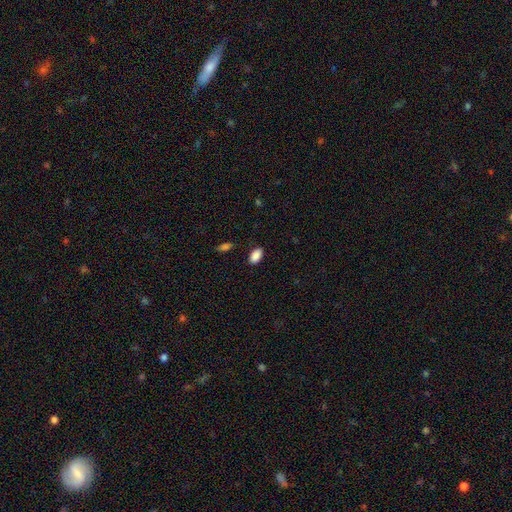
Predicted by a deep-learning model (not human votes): Overall: smooth (89%). How rounded: in between (93%). Merging: none (86%).